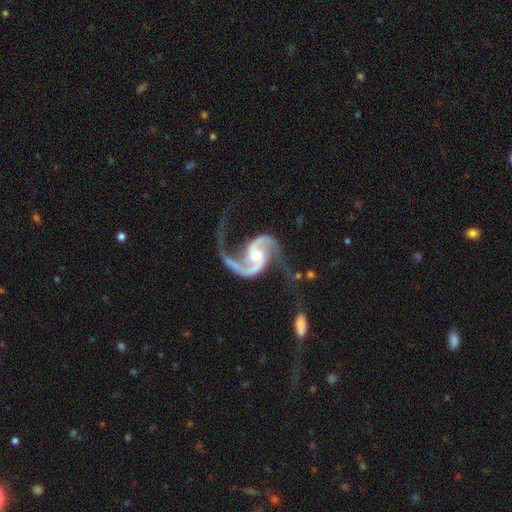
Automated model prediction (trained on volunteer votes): Overall: featured or disk (95%). Edge-on disk: no (98%). Bar: no (43%; weak 41%). Spiral arms: yes (99%). Spiral arm count: 2 (94%). Spiral winding: loose (46%, tied with medium). Bulge size: moderate (44%; small 30%). Merging: none (53%; major disturbance 20%).